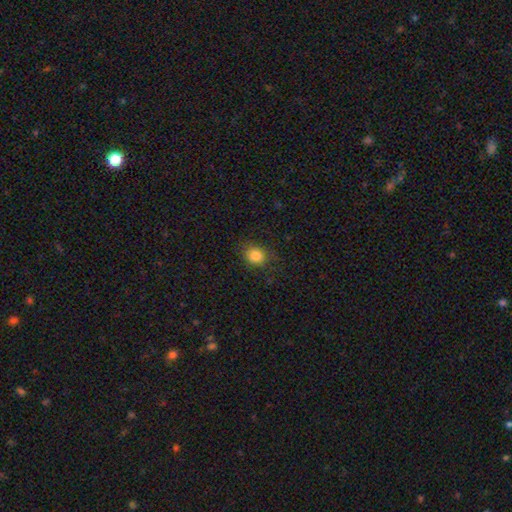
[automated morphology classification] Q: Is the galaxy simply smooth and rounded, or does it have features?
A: smooth — 84%.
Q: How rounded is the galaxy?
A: round — 67%.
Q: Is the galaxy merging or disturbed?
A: none — 80%.